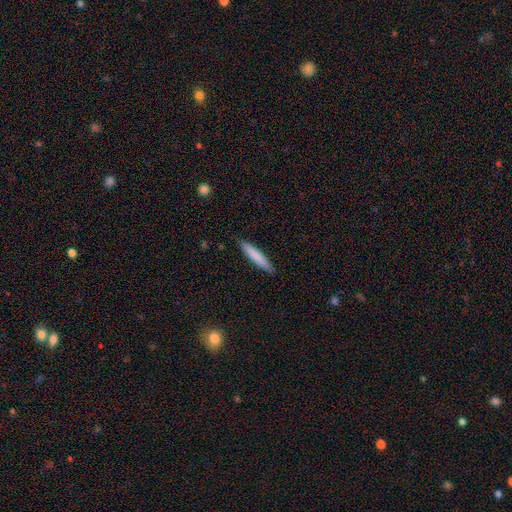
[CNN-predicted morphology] Q: Smooth or featured?
A: smooth (80%); runner-up: featured or disk (15%)
Q: How rounded?
A: cigar-shaped (91%); runner-up: in between (7%)
Q: Merging?
A: none (89%); runner-up: minor disturbance (8%)